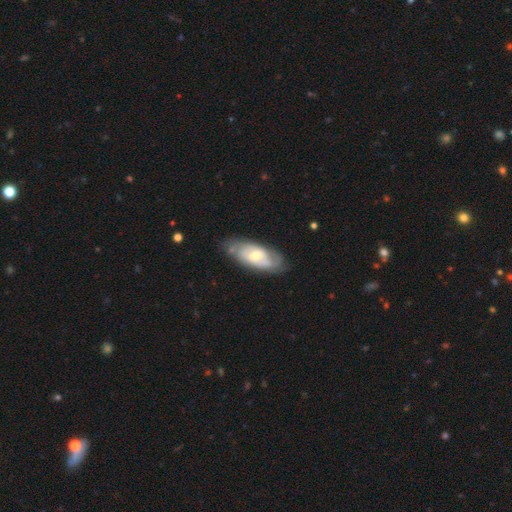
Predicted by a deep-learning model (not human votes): Smooth or featured: featured or disk — 64% (smooth — 31%)
Edge-on disk: no — 88% (yes — 12%)
Bar: no — 52% (weak — 37%)
Spiral arms: yes — 75% (no — 25%)
Bulge size: moderate — 53% (small — 40%)
Merging: none — 70% (minor disturbance — 21%)